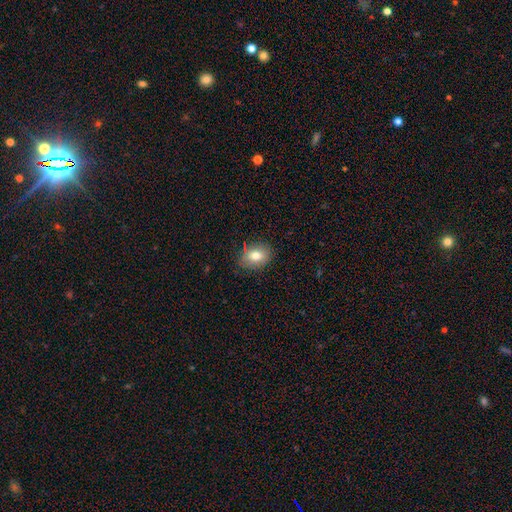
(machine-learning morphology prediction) type=smooth (76%); roundness=in between (68%); merging=none (83%).